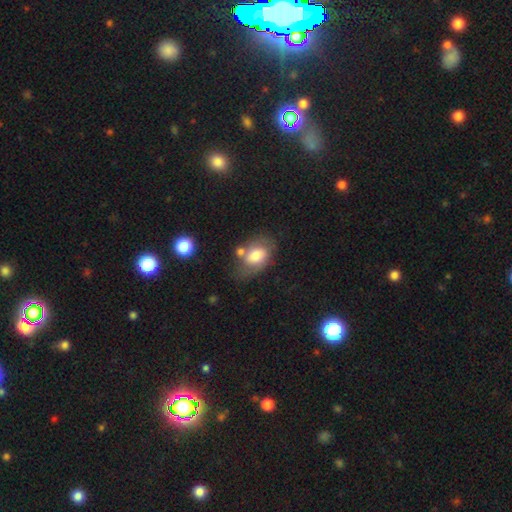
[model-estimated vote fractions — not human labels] A smooth galaxy with no disk features (64%) that is in between round and cigar-shaped (80%). Merging: none (45%).